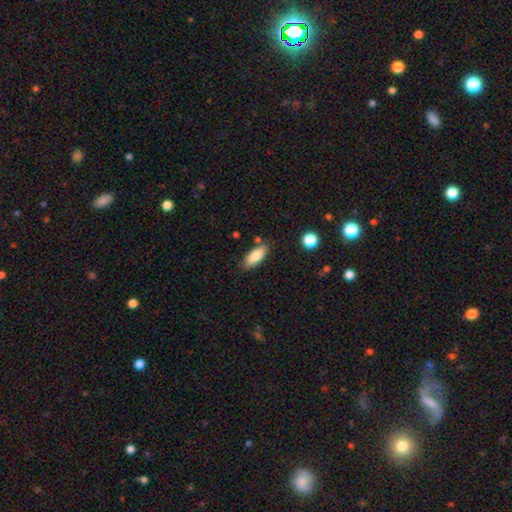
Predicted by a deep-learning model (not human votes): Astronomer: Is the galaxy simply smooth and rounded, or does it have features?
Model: smooth — 82%.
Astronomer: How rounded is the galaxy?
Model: in between — 78%.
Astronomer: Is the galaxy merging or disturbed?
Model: none — 80%.